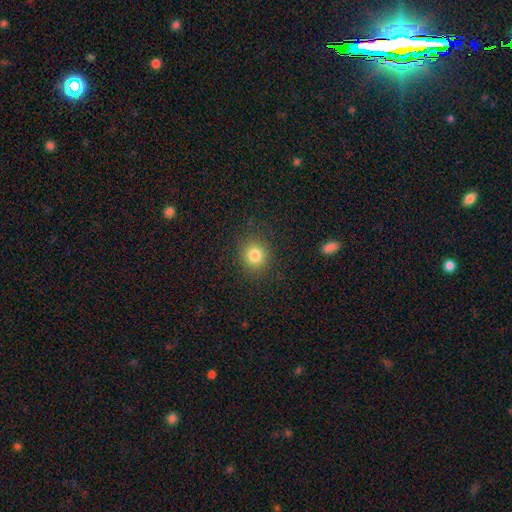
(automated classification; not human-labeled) A smooth galaxy with no disk features (78%) that is round (86%).

Vote fractions:
- Smooth or featured? smooth: 78% / star or artifact: 17% / featured or disk: 5%
- How rounded? round: 86% / in between: 13% / cigar-shaped: 1%
- Merging? none: 91% / minor disturbance: 6% / major disturbance: 2% / merger: 1%